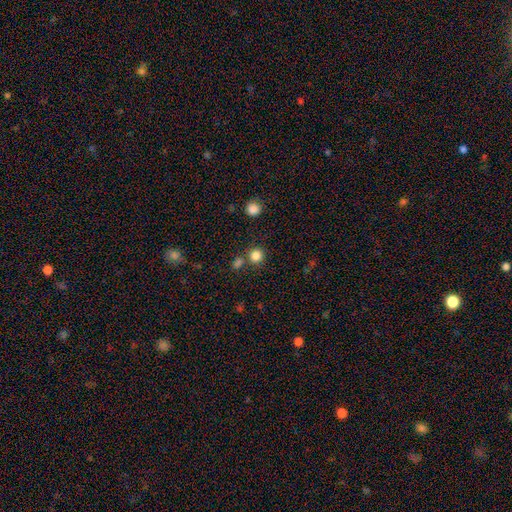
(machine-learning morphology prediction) The model was most divided on "merging": none: 77%, merger: 13%, minor disturbance: 8%, major disturbance: 3%. More confident: how rounded — round (92%); smooth or featured — smooth (83%).